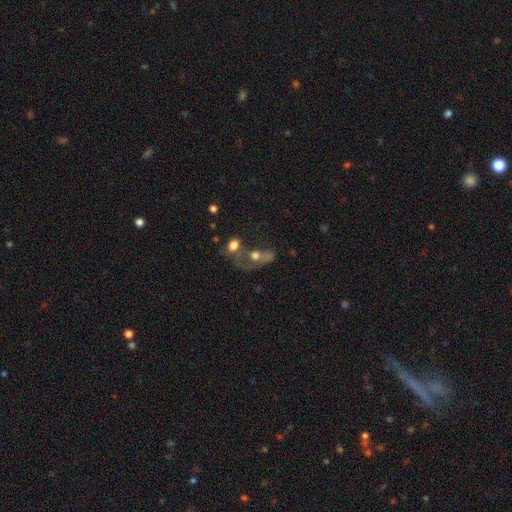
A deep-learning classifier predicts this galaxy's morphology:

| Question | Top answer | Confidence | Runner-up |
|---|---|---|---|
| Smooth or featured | smooth | 51% | featured or disk (34%) |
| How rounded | in between | 60% | round (36%) |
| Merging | merger | 53% | major disturbance (19%) |